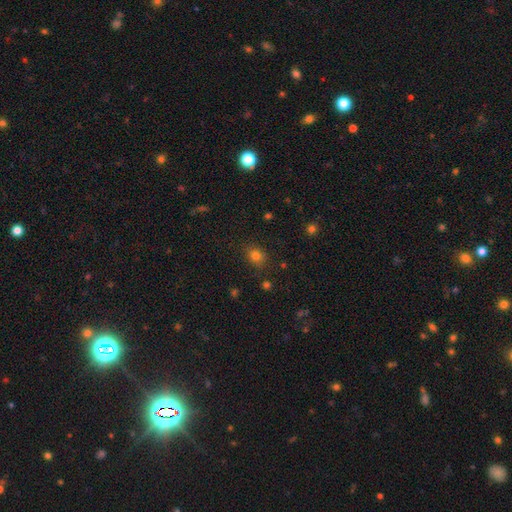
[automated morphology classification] This is likely a smooth galaxy (78%). How rounded: likely round (63%). Merging: clearly none (80%).